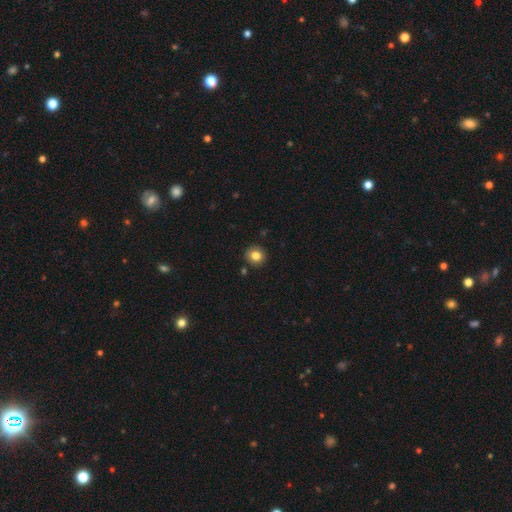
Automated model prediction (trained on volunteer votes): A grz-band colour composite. It shows a smooth galaxy with no disk features (82%) that is round (86%). Merging: none (87%).